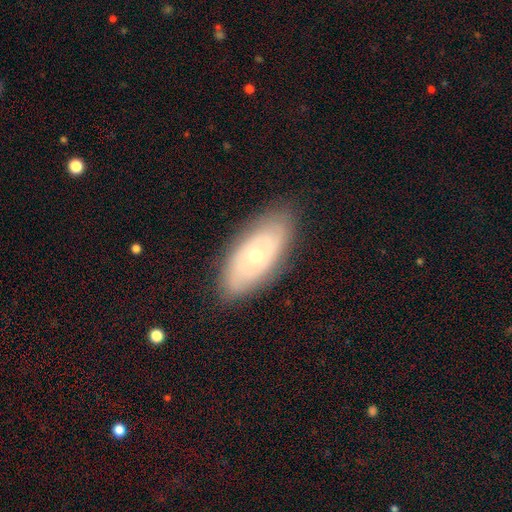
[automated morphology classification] Smooth or featured? featured or disk (59%)
Edge-on disk? no (86%)
Bar? no (88%)
Spiral arms? yes (53%)
Bulge size? small (53%)
Merging? none (82%)